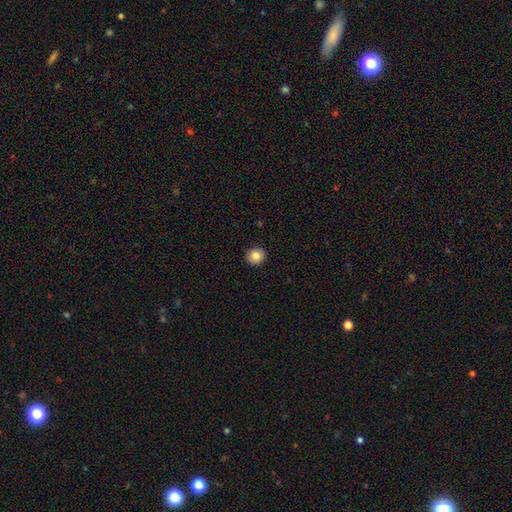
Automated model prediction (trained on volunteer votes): This appears to be a smooth galaxy with no disk features (85%) that is round (90%). Merging: none (92%).